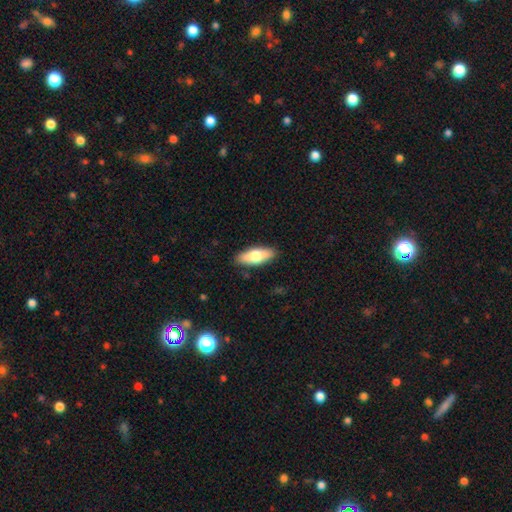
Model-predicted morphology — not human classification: Smooth or featured: smooth — 69% (featured or disk — 25%)
How rounded: in between — 71% (cigar-shaped — 26%)
Merging: none — 88% (minor disturbance — 9%)